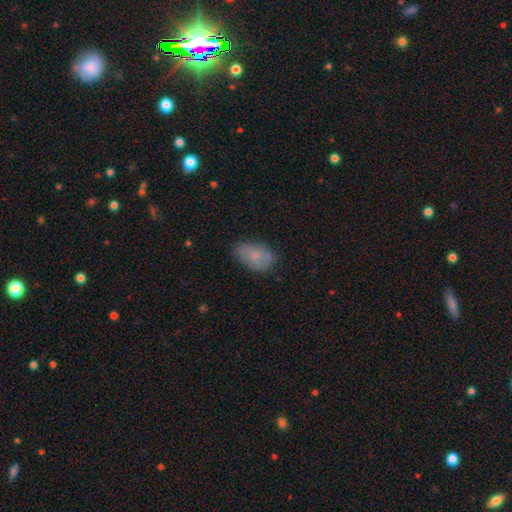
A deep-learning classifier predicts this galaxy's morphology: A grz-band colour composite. It shows a smooth galaxy with no disk features (73%) that is in between round and cigar-shaped (90%). Merging: none (67%).